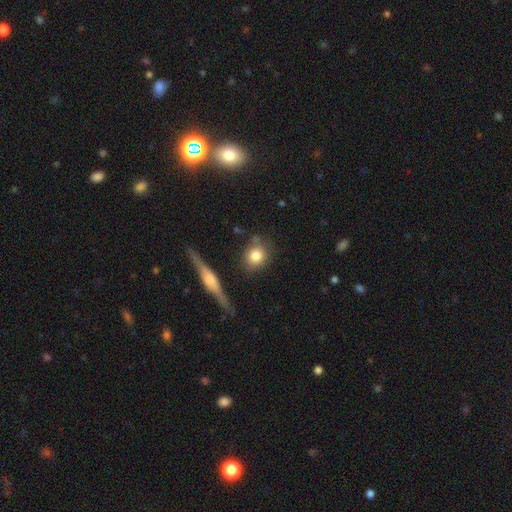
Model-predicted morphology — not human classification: A smooth galaxy with no disk features (77%) that is round (73%).

Vote fractions:
- Smooth or featured? smooth: 77% / featured or disk: 14% / star or artifact: 8%
- How rounded? round: 73% / in between: 24% / cigar-shaped: 3%
- Merging? none: 75% / minor disturbance: 14% / merger: 6% / major disturbance: 4%